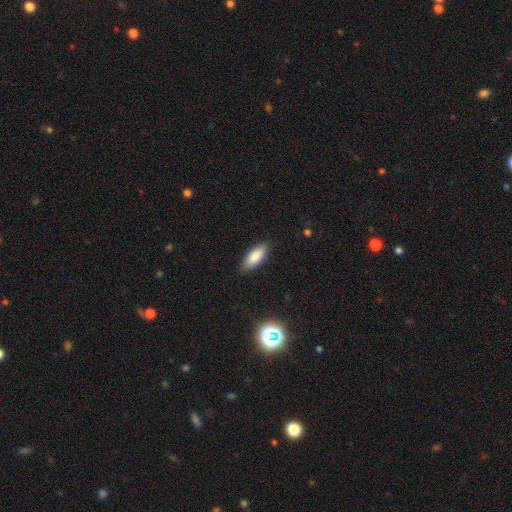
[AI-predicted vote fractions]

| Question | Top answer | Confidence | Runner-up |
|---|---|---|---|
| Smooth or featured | smooth | 86% | featured or disk (7%) |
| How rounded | in between | 79% | cigar-shaped (19%) |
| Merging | none | 86% | minor disturbance (11%) |